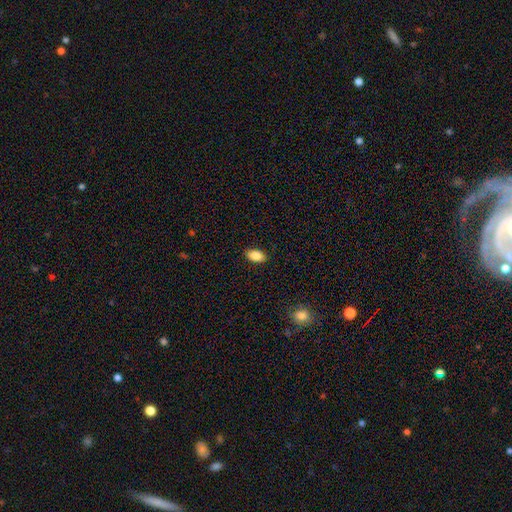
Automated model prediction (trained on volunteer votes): A smooth galaxy with no disk features (88%) that is in between round and cigar-shaped (93%). Merging: none (89%).